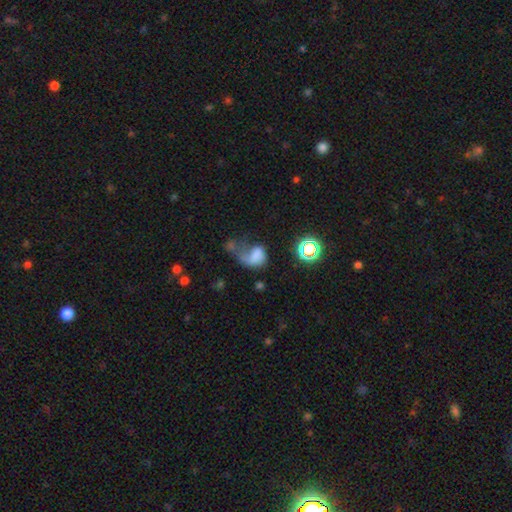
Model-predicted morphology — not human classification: Overall: smooth (55%; featured or disk 29%). How rounded: in between (67%; round 32%). Merging: major disturbance (55%; merger 16%).